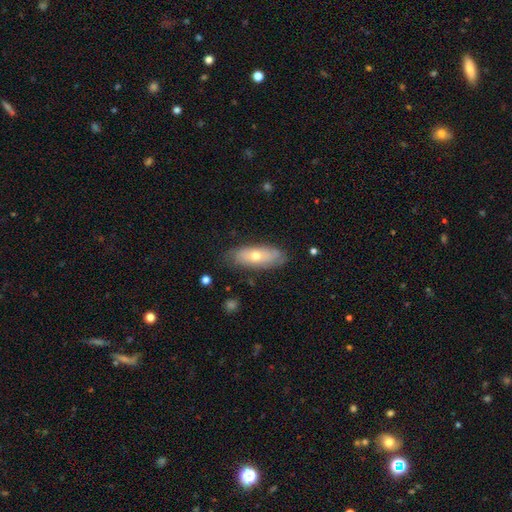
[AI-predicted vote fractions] smooth 51%, featured or disk 43%, star or artifact 7%. Down the decision tree: how rounded — in between (73%); merging — none (77%).